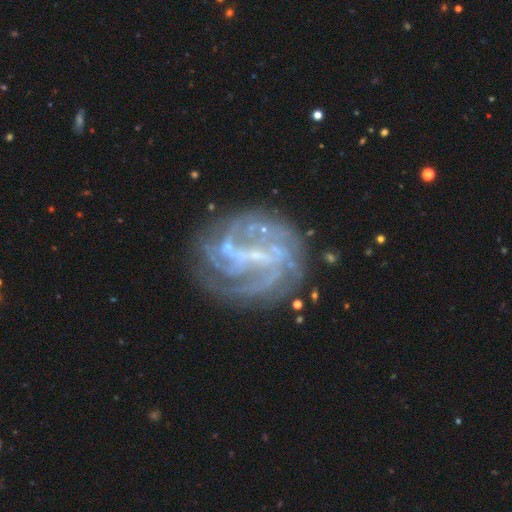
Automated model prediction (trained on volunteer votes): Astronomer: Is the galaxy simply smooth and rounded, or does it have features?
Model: featured or disk — 85%.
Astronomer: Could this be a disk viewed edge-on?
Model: no — 98%.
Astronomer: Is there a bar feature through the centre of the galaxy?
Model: strong — 44% (runner-up: weak, 38%).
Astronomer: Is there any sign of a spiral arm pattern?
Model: yes — 89%.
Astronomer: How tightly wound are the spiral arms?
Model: tight — 47% (runner-up: medium, 37%).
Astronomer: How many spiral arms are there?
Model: can't tell — 31% (runner-up: 3, 20%).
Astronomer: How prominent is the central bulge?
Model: small — 48% (runner-up: none, 41%).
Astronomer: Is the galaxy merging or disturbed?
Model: none — 67%.